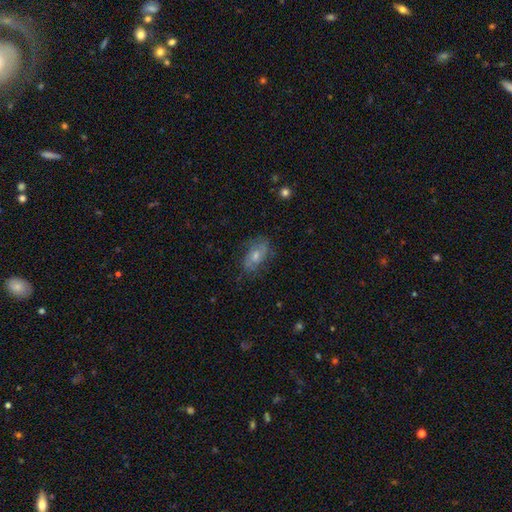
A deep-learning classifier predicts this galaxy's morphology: The model was most divided on "smooth or featured": featured or disk: 55%, smooth: 31%, star or artifact: 14%. More confident: edge-on disk — no (91%); merging — none (73%).